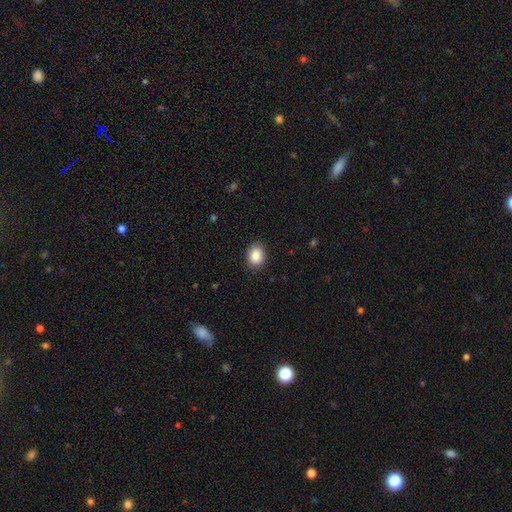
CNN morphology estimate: smooth_or_featured: smooth (p=0.88) [alt: star or artifact p=0.08]
how_rounded: in between (p=0.55) [alt: round p=0.44]
merging: none (p=0.87) [alt: minor disturbance p=0.10]